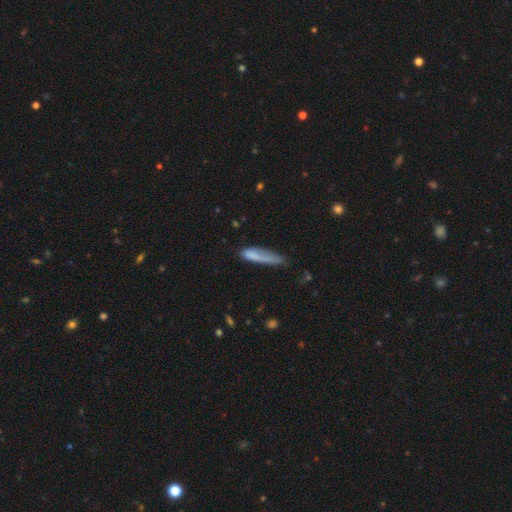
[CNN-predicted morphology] This is likely a smooth galaxy (74%). How rounded: clearly cigar-shaped (83%). Merging: possibly none (48%).